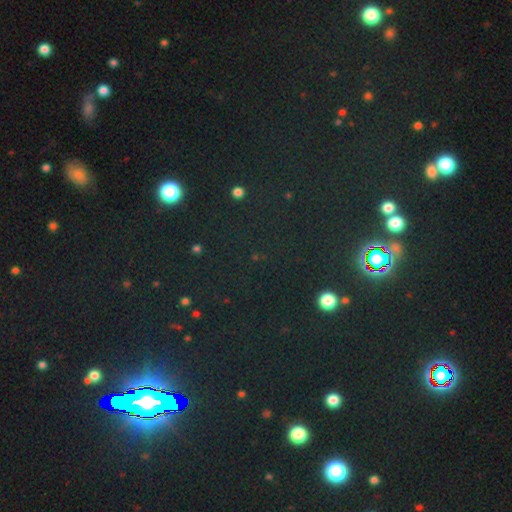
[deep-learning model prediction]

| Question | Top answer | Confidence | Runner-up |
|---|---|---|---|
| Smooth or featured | star or artifact | 75% | smooth (17%) |